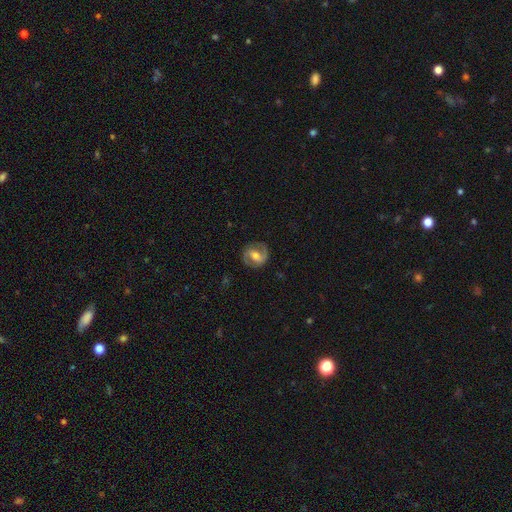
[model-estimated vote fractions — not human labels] Smooth or featured: featured or disk — 73% (smooth — 21%)
Edge-on disk: no — 97% (yes — 3%)
Bar: weak — 43% (strong — 34%)
Spiral arms: yes — 88% (no — 12%)
Spiral winding: medium — 50% (tight — 30%)
Spiral arm count: 2 — 89% (can't tell — 5%)
Bulge size: moderate — 66% (small — 21%)
Merging: none — 84% (minor disturbance — 11%)